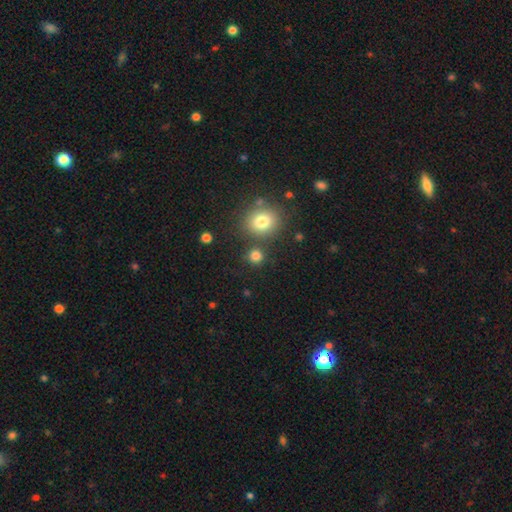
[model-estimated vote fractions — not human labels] This is clearly a smooth galaxy (80%). How rounded: clearly round (88%). Merging: likely none (79%).